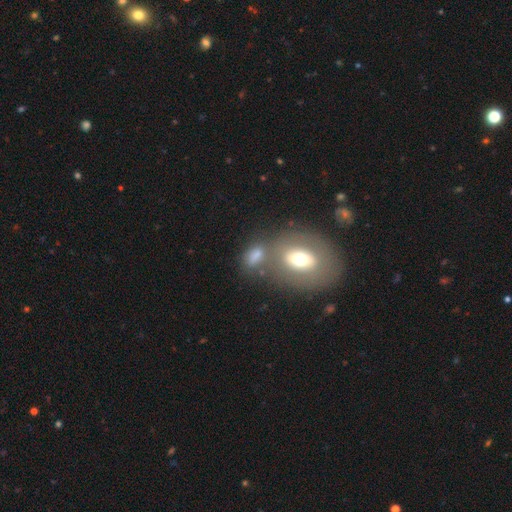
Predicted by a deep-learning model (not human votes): smooth_or_featured: smooth (p=0.68) [alt: featured or disk p=0.20]
how_rounded: in between (p=0.75) [alt: round p=0.21]
merging: none (p=0.41) [alt: merger p=0.37]